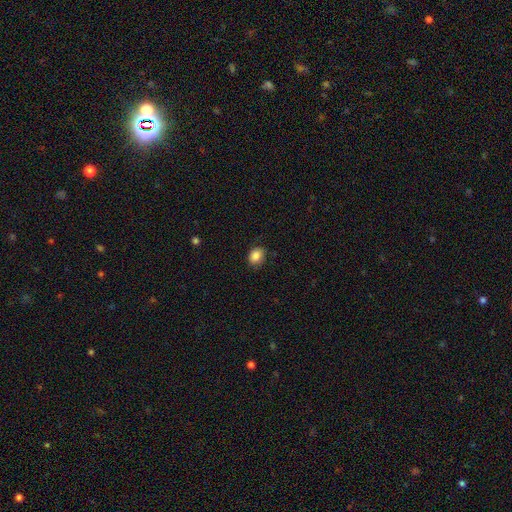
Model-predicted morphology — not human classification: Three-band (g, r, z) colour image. It shows a smooth galaxy with no disk features (86%) that is in between round and cigar-shaped (51%). Merging: none (82%).